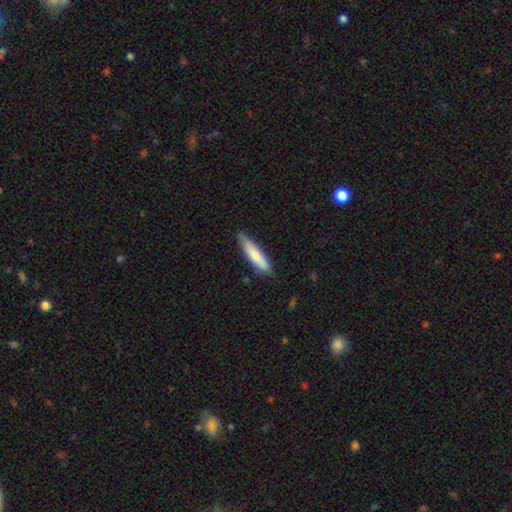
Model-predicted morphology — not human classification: Smooth or featured? smooth (75%)
How rounded? cigar-shaped (80%)
Merging? none (78%)